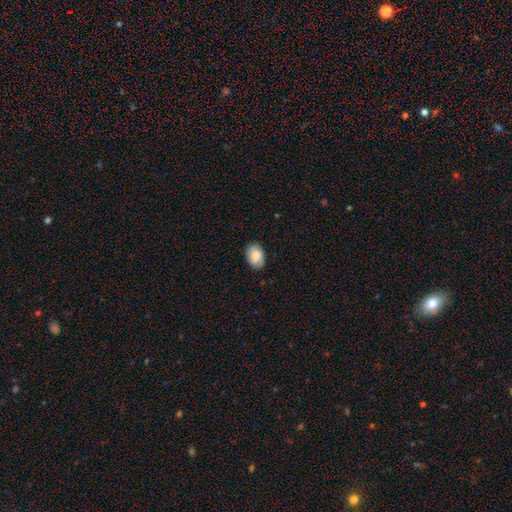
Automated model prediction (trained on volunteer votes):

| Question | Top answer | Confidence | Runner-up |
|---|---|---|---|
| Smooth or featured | smooth | 82% | featured or disk (11%) |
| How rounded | in between | 84% | round (15%) |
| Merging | none | 85% | minor disturbance (12%) |